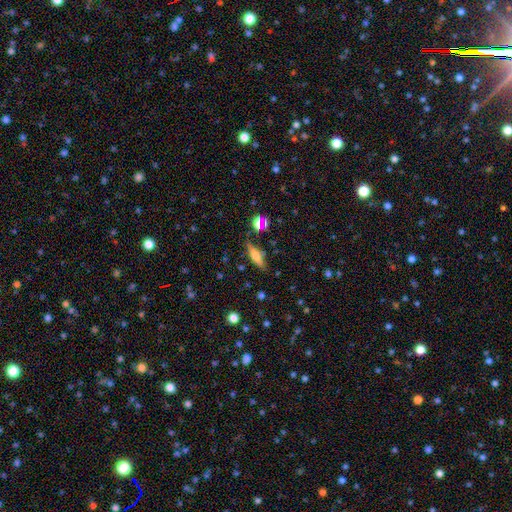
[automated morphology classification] smooth_or_featured: featured or disk (p=0.46) [alt: smooth p=0.44]
merging: none (p=0.81) [alt: minor disturbance p=0.12]